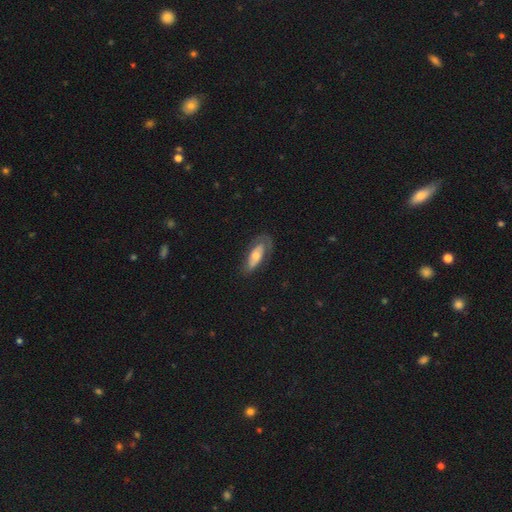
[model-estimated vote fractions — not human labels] Overall: featured or disk (55%; smooth 39%). Edge-on disk: no (82%). Merging: none (56%; minor disturbance 24%).